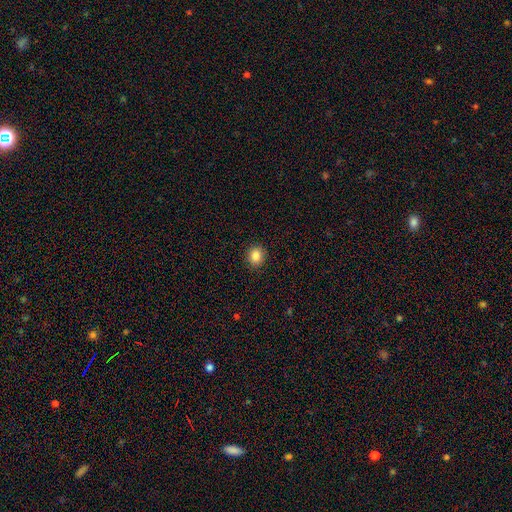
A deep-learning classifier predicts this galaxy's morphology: Overall: smooth (86%). How rounded: round (72%). Merging: none (90%).